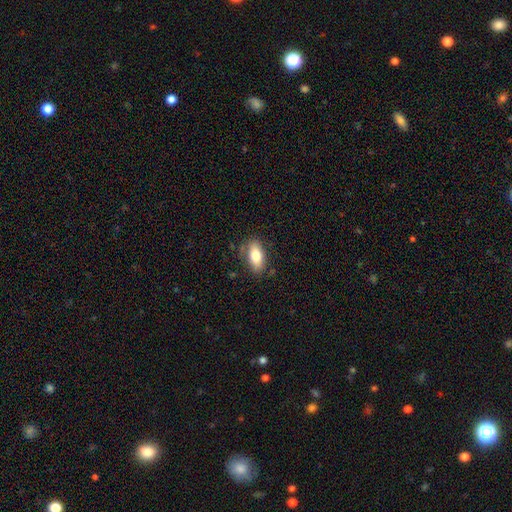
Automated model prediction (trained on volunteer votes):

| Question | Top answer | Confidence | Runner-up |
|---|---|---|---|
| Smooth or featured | smooth | 77% | featured or disk (16%) |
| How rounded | in between | 87% | cigar-shaped (9%) |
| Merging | none | 79% | minor disturbance (15%) |